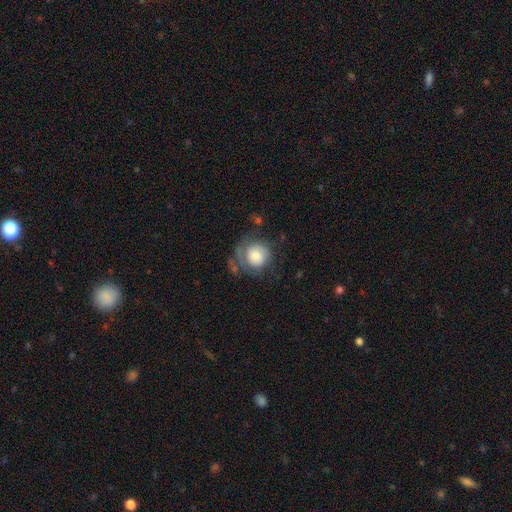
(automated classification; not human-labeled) Morphology: type=smooth (47%); merging=none (48%).